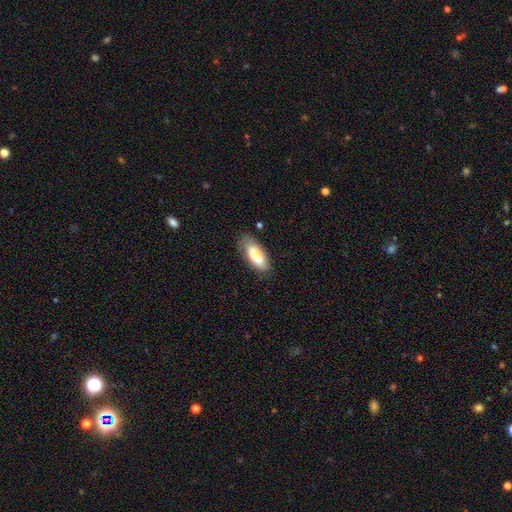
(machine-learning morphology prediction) Smooth or featured: smooth — 82% (featured or disk — 12%)
How rounded: in between — 79% (cigar-shaped — 19%)
Merging: none — 75% (minor disturbance — 19%)